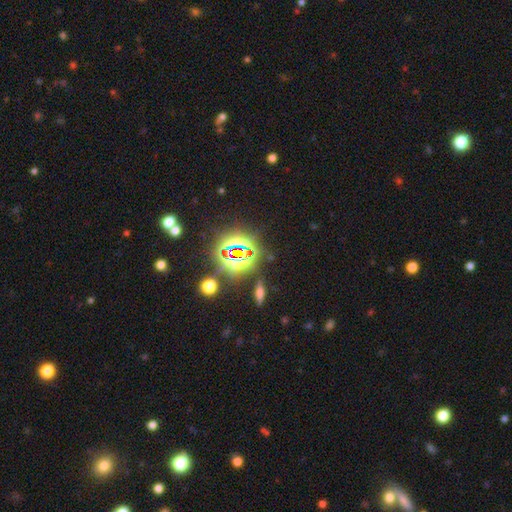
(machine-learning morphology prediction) type=star or artifact (80%).